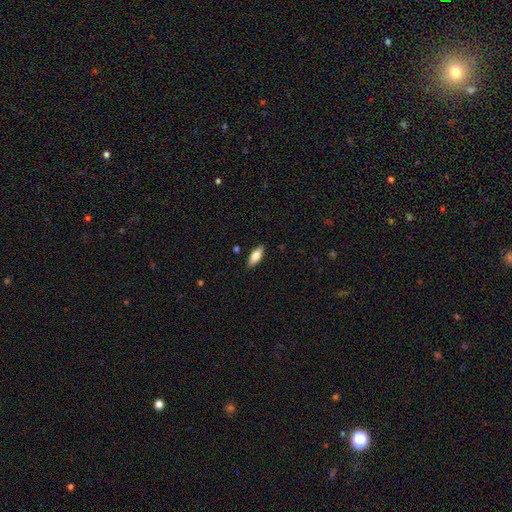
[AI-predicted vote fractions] A smooth galaxy with no disk features (75%) that is in between round and cigar-shaped (72%).

Vote fractions:
- Smooth or featured? smooth: 75% / featured or disk: 19% / star or artifact: 6%
- How rounded? in between: 72% / cigar-shaped: 26% / round: 2%
- Merging? none: 87% / minor disturbance: 9% / major disturbance: 2% / merger: 1%